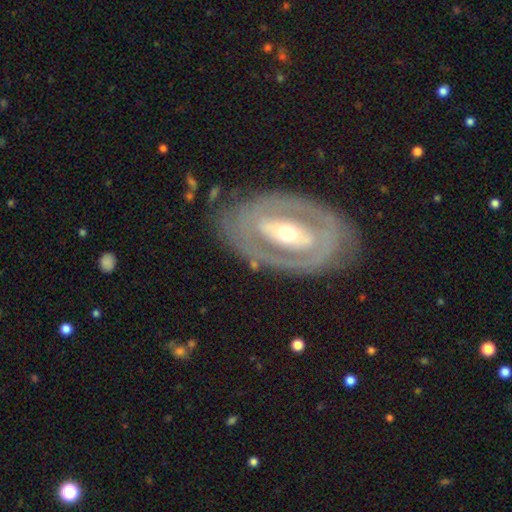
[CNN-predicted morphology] smooth-or-featured: featured or disk: 79% | smooth: 17% | star or artifact: 5%
  disk-edge-on: no: 92% | yes: 8%
    bar: strong: 43% | no: 30% | weak: 27%
    has-spiral-arms: no: 56% | yes: 44%
    bulge-size: moderate: 66% | small: 23% | large: 8% | dominant: 1% | none: 1%
  merging: none: 76% | minor disturbance: 14% | major disturbance: 8% | merger: 2%